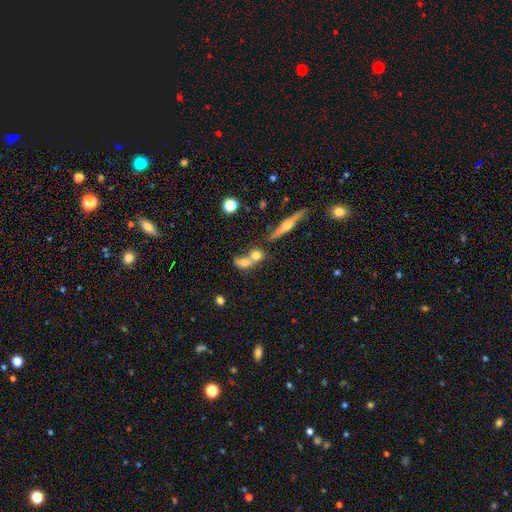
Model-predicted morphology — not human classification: Smooth or featured: smooth — 66% (featured or disk — 22%)
How rounded: round — 51% (in between — 40%)
Merging: merger — 59% (none — 28%)